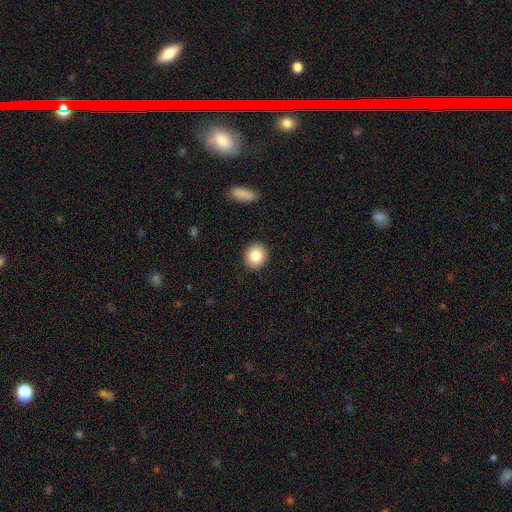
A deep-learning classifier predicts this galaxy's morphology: smooth_or_featured: smooth (p=0.83) [alt: star or artifact p=0.09]
how_rounded: round (p=0.76) [alt: in between p=0.23]
merging: none (p=0.90) [alt: minor disturbance p=0.07]